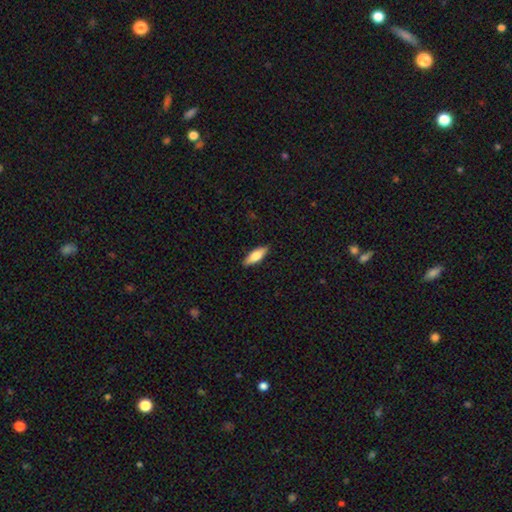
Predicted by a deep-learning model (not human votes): Overall: smooth (70%). How rounded: in between (56%; cigar-shaped 42%). Merging: none (89%).